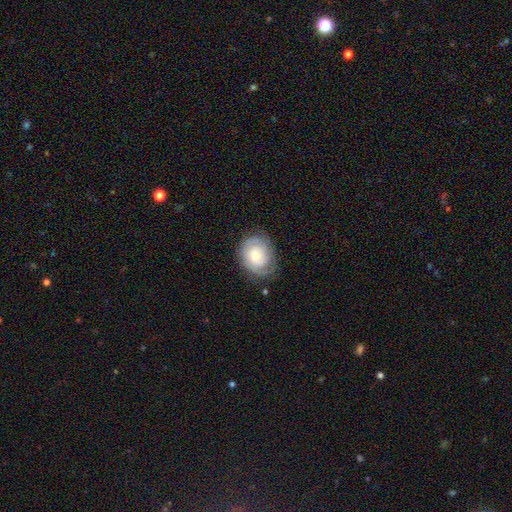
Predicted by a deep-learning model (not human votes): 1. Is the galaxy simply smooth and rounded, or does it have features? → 54% featured or disk, 39% smooth, 7% star or artifact.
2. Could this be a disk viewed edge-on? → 97% no, 3% yes.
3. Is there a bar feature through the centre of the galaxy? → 79% no, 18% weak, 3% strong.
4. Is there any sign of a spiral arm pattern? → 79% yes, 21% no.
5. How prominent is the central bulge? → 49% moderate, 41% small, 7% large, 2% none, 1% dominant.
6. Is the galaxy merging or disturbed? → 70% none, 21% minor disturbance, 8% major disturbance, 1% merger.